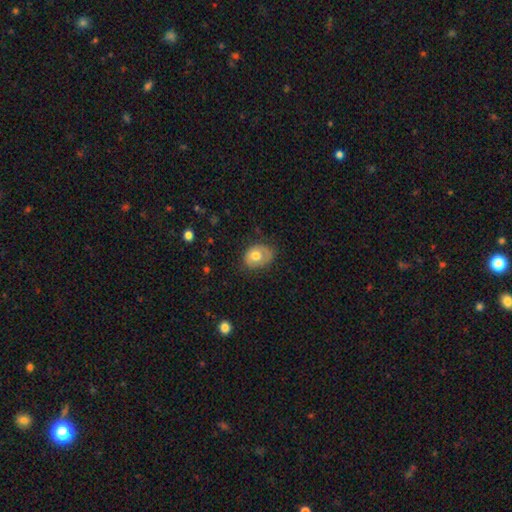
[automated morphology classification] A smooth galaxy with no disk features (61%) that is in between round and cigar-shaped (62%).

Vote fractions:
- Smooth or featured? smooth: 61% / featured or disk: 32% / star or artifact: 7%
- How rounded? in between: 62% / round: 37% / cigar-shaped: 1%
- Merging? none: 62% / minor disturbance: 27% / major disturbance: 9% / merger: 1%